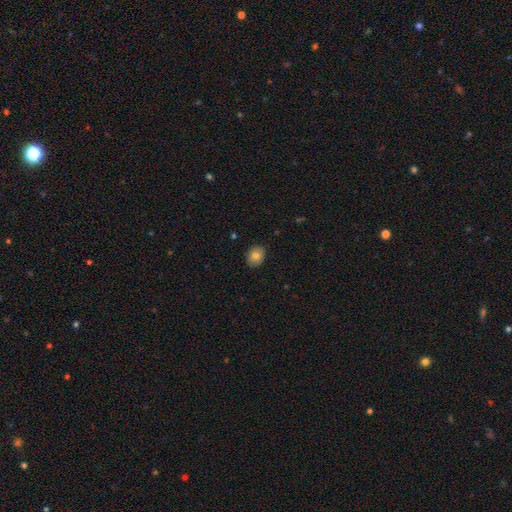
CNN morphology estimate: smooth-or-featured: smooth: 80% | featured or disk: 11% | star or artifact: 9%
  how-rounded: in between: 55% | round: 44% | cigar-shaped: 1%
  merging: none: 85% | minor disturbance: 12% | major disturbance: 2% | merger: 1%